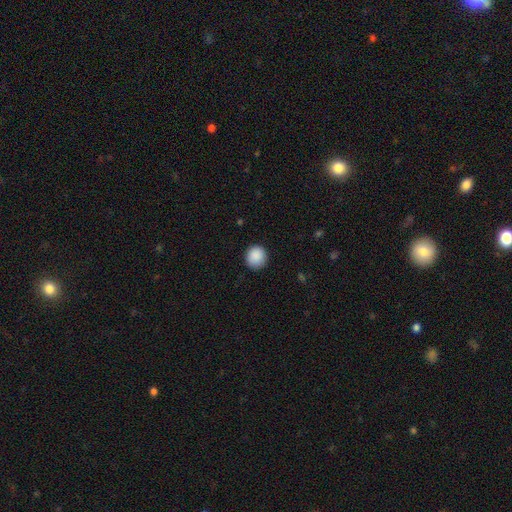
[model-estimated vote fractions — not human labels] Smooth or featured? Predicted: smooth (p=0.89). How rounded? Predicted: round (p=0.88). Merging? Predicted: none (p=0.87).